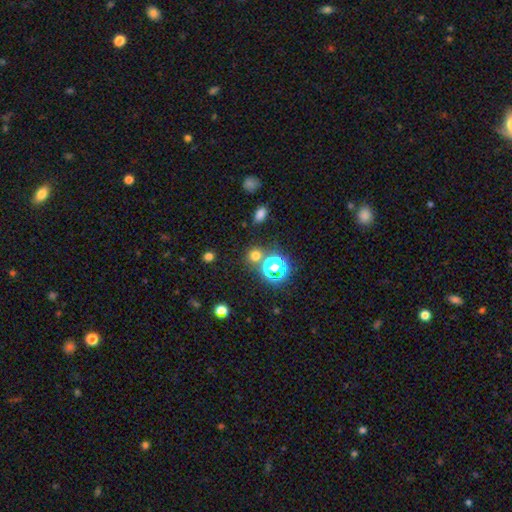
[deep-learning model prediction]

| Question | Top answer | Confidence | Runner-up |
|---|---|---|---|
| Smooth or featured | smooth | 61% | star or artifact (33%) |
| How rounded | round | 86% | in between (13%) |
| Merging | none | 73% | merger (15%) |